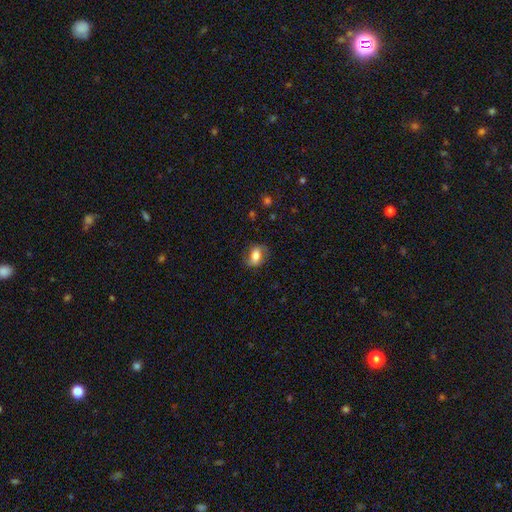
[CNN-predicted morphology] Smooth or featured: smooth — 64% (featured or disk — 28%)
How rounded: in between — 79% (round — 17%)
Merging: none — 74% (minor disturbance — 18%)